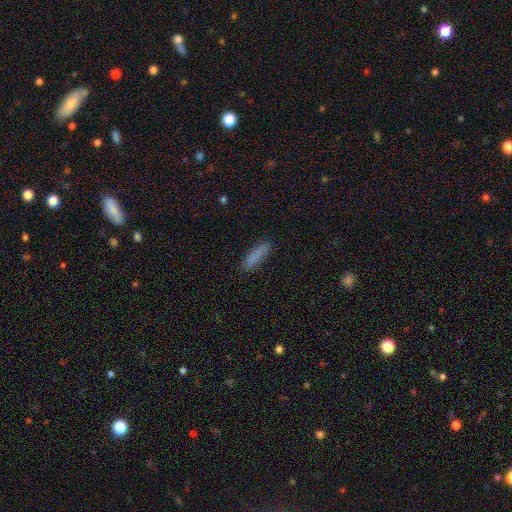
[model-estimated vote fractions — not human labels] Q: Smooth or featured?
A: smooth (86%); runner-up: star or artifact (7%)
Q: How rounded?
A: cigar-shaped (72%); runner-up: in between (26%)
Q: Merging?
A: none (87%); runner-up: minor disturbance (10%)